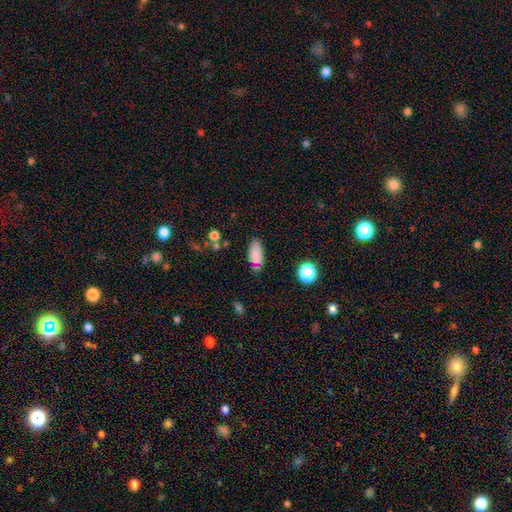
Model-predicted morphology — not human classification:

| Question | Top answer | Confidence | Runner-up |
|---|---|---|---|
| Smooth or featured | smooth | 83% | star or artifact (10%) |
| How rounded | in between | 86% | cigar-shaped (10%) |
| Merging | none | 70% | minor disturbance (19%) |